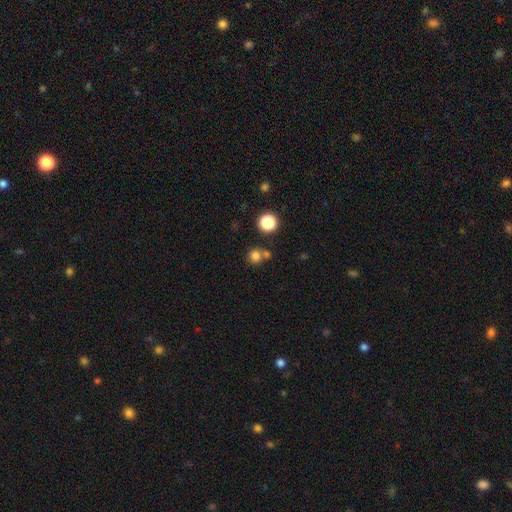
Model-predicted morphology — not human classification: Smooth or featured?
  - smooth: 78% *
  - star or artifact: 15%
  - featured or disk: 6%
How rounded?
  - round: 89% *
  - in between: 10%
  - cigar-shaped: 1%
Merging?
  - none: 63% *
  - merger: 26%
  - minor disturbance: 8%
  - major disturbance: 3%